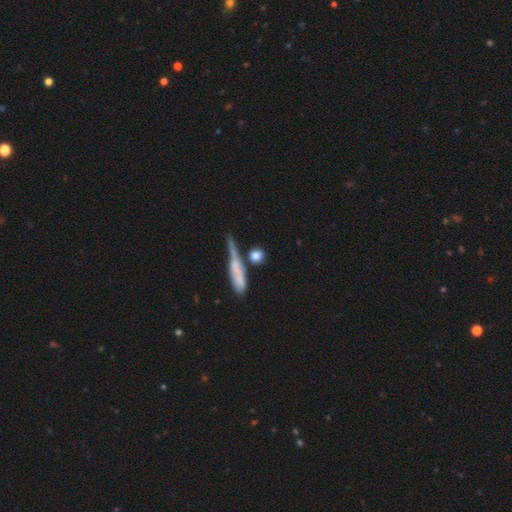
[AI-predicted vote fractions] smooth-or-featured: smooth: 76% | featured or disk: 16% | star or artifact: 9%
  how-rounded: round: 64% | cigar-shaped: 19% | in between: 17%
  merging: none: 64% | merger: 16% | minor disturbance: 14% | major disturbance: 7%